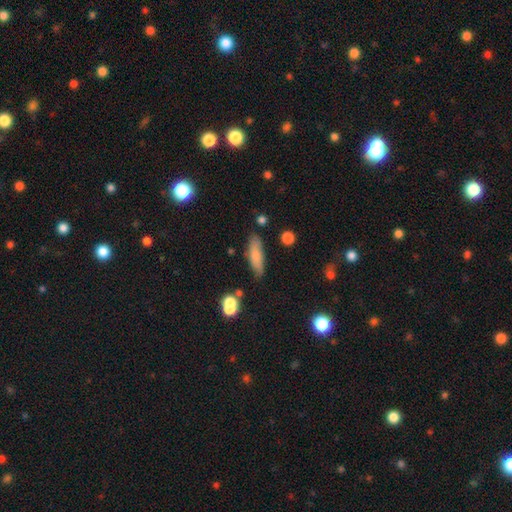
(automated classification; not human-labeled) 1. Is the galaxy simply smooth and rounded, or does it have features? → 77% smooth, 16% featured or disk, 7% star or artifact.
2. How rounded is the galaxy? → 51% cigar-shaped, 46% in between, 2% round.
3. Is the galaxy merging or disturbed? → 77% none, 16% minor disturbance, 4% merger, 4% major disturbance.